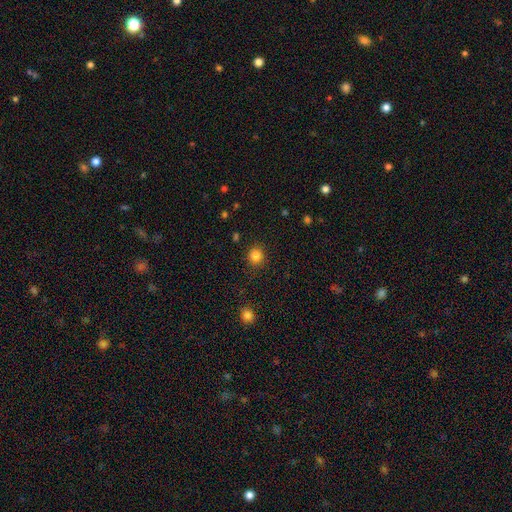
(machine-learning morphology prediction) smooth_or_featured: smooth (p=0.84) [alt: star or artifact p=0.12]
how_rounded: round (p=0.89) [alt: in between p=0.10]
merging: none (p=0.88) [alt: minor disturbance p=0.08]